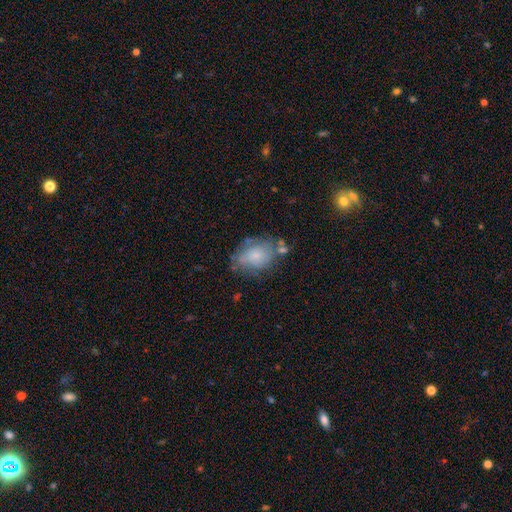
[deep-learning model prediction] A smooth galaxy with no disk features (62%) that is in between round and cigar-shaped (68%).

Vote fractions:
- Smooth or featured? smooth: 62% / featured or disk: 29% / star or artifact: 9%
- How rounded? in between: 68% / round: 31% / cigar-shaped: 1%
- Merging? none: 54% / minor disturbance: 26% / major disturbance: 12% / merger: 7%